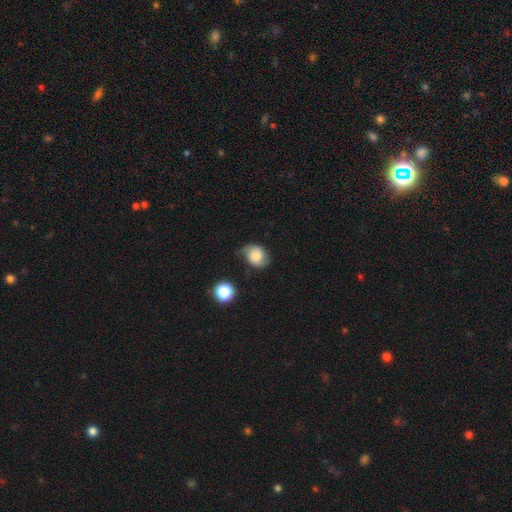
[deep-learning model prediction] Smooth or featured: smooth — 57% (featured or disk — 33%)
How rounded: round — 56% (in between — 43%)
Merging: none — 54% (minor disturbance — 32%)